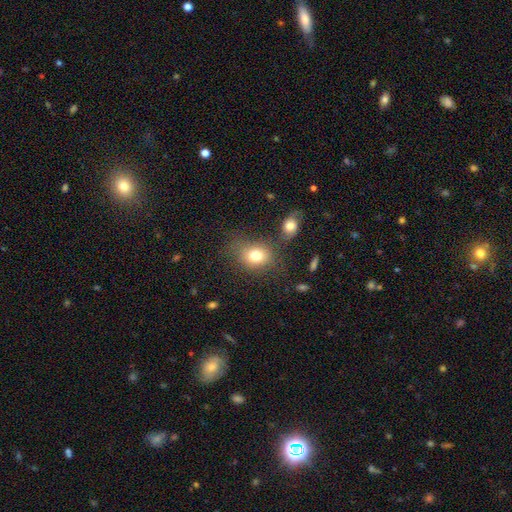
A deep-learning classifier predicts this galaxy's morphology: Q: Smooth or featured?
A: smooth (77%); runner-up: star or artifact (11%)
Q: How rounded?
A: round (54%); runner-up: in between (45%)
Q: Merging?
A: none (65%); runner-up: minor disturbance (16%)